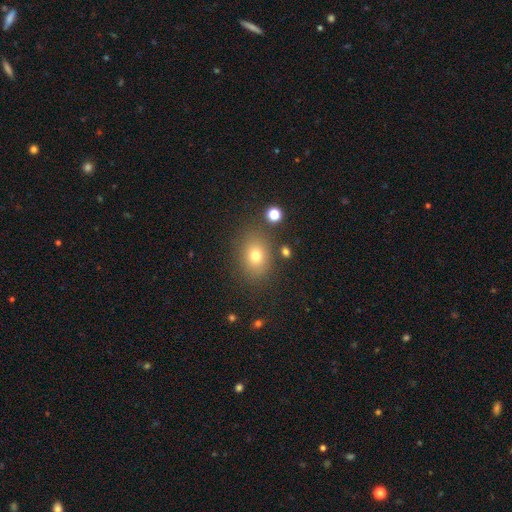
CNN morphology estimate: Smooth or featured? smooth (73%)
How rounded? in between (52%)
Merging? none (80%)